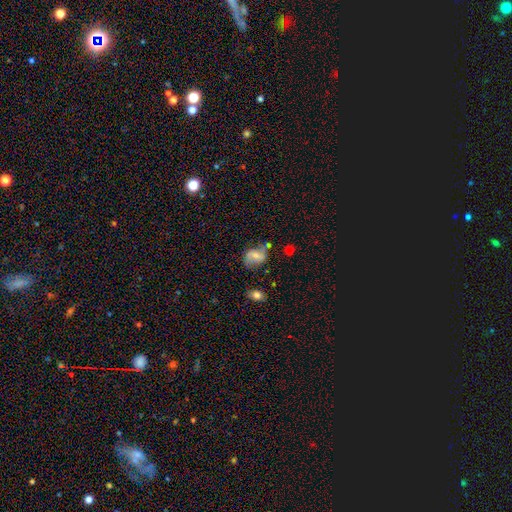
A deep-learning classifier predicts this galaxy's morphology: A smooth galaxy with no disk features (47%).

Vote fractions:
- Smooth or featured? smooth: 47% / featured or disk: 43% / star or artifact: 10%
- Merging? none: 52% / minor disturbance: 28% / major disturbance: 10% / merger: 10%